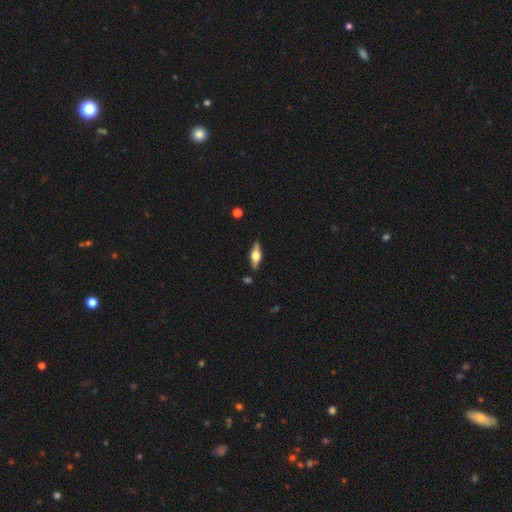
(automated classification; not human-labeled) A featured or disk galaxy (59%) viewed edge-on (93%) with a rounded central bulge (93%).

Vote fractions:
- Smooth or featured? featured or disk: 59% / smooth: 35% / star or artifact: 6%
- Edge-on disk? yes: 93% / no: 7%
- Edge-on bulge? rounded: 93% / boxy: 6% / none: 1%
- Merging? none: 87% / minor disturbance: 9% / major disturbance: 2% / merger: 2%